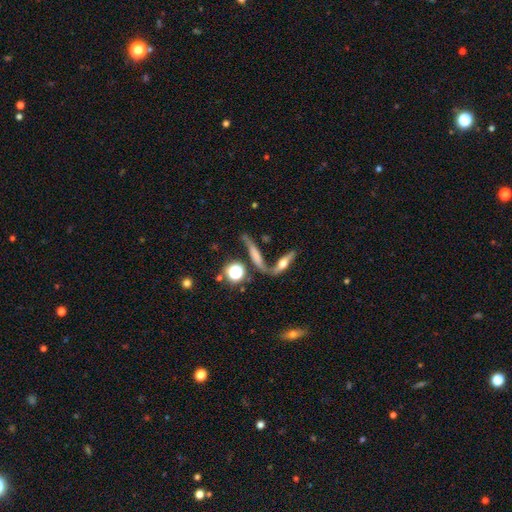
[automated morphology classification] A featured or disk galaxy (49%).

Vote fractions:
- Smooth or featured? featured or disk: 49% / smooth: 37% / star or artifact: 14%
- Merging? none: 45% / merger: 30% / minor disturbance: 15% / major disturbance: 10%